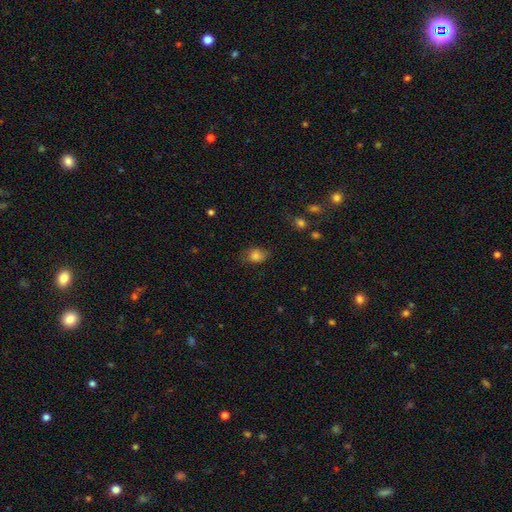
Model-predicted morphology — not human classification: The model was most divided on "how rounded": in between: 67%, round: 32%, cigar-shaped: 1%. More confident: smooth or featured — smooth (79%); merging — none (68%).